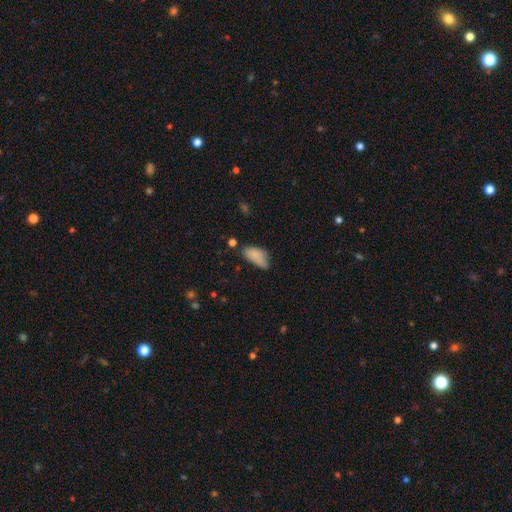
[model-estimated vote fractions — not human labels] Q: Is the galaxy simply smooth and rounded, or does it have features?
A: smooth — 83%.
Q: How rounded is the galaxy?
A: in between — 91%.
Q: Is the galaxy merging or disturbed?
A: none — 46%.